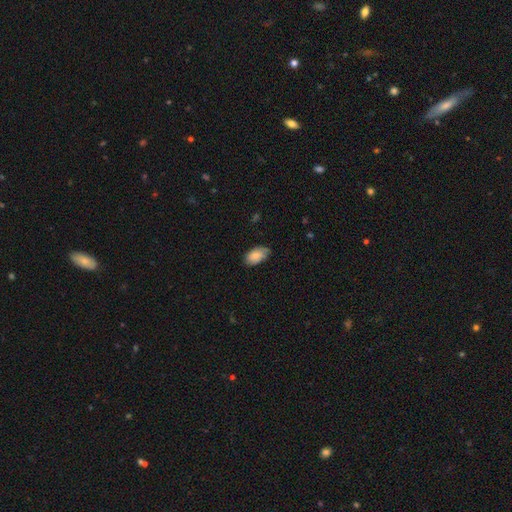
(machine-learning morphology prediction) smooth 81%, featured or disk 12%, star or artifact 7%. Down the decision tree: how rounded — in between (94%); merging — none (65%).